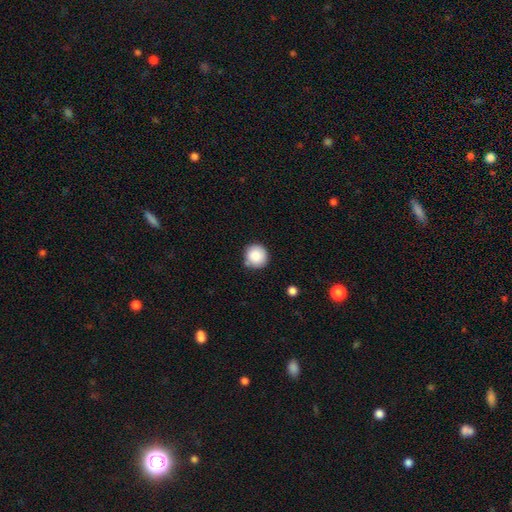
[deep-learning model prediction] Overall: smooth (88%). How rounded: round (94%). Merging: none (82%).